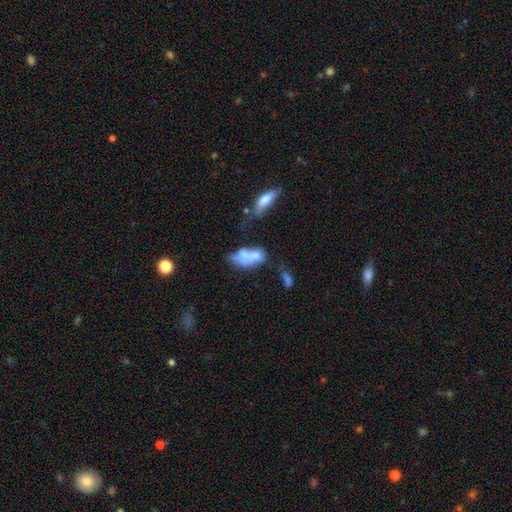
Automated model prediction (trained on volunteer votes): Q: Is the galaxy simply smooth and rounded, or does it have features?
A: smooth — 52%.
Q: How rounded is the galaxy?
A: in between — 84%.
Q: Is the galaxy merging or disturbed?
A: merger — 45%.